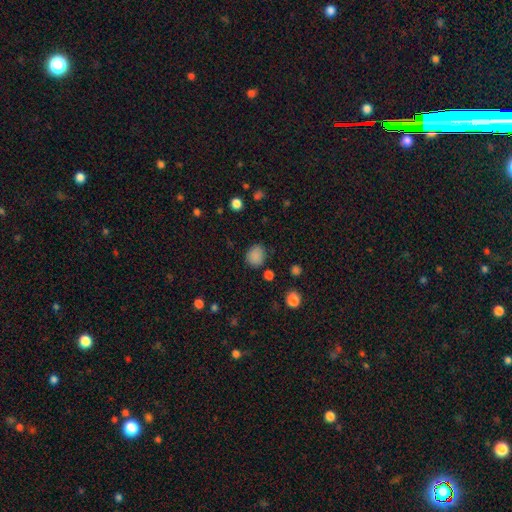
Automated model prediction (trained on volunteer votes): A smooth galaxy with no disk features (84%) that is round (71%). Merging: none (79%).